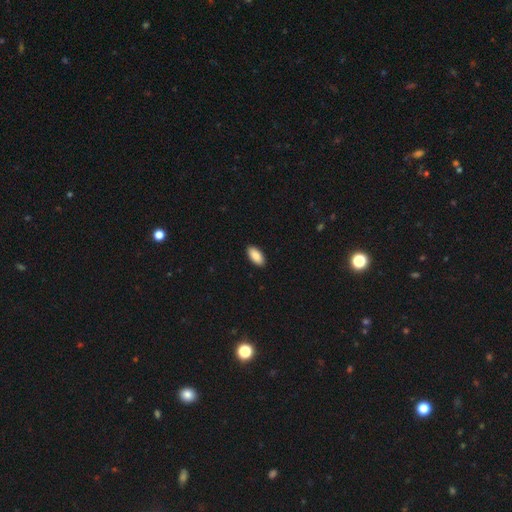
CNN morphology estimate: smooth-or-featured: smooth: 90% | star or artifact: 6% | featured or disk: 5%
  how-rounded: in between: 92% | cigar-shaped: 6% | round: 2%
  merging: none: 91% | minor disturbance: 6% | major disturbance: 2% | merger: 1%